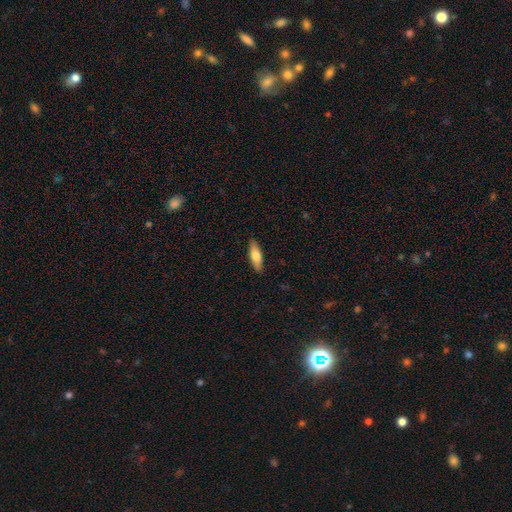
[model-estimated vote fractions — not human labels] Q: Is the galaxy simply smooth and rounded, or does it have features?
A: smooth — 71%.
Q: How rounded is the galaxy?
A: in between — 52%.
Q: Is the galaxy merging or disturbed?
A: none — 88%.